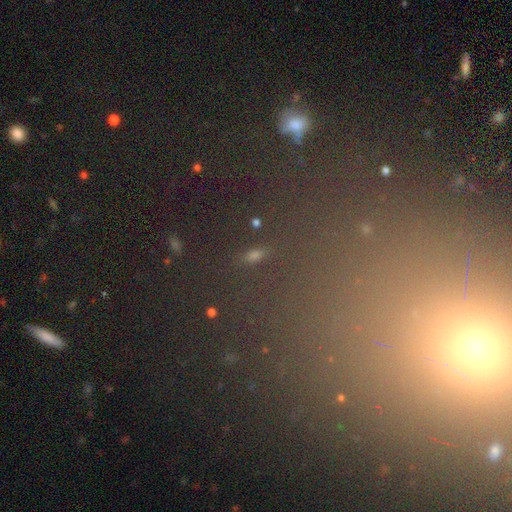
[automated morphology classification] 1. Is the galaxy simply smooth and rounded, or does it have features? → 44% star or artifact, 39% smooth, 17% featured or disk.